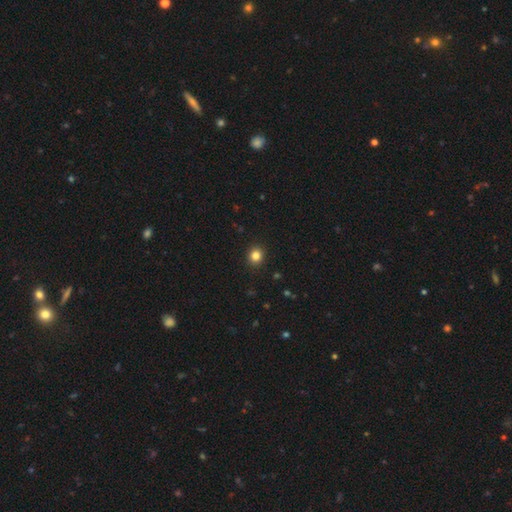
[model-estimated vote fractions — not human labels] This appears to be a smooth galaxy with no disk features (83%) that is round (82%). Merging: none (92%).